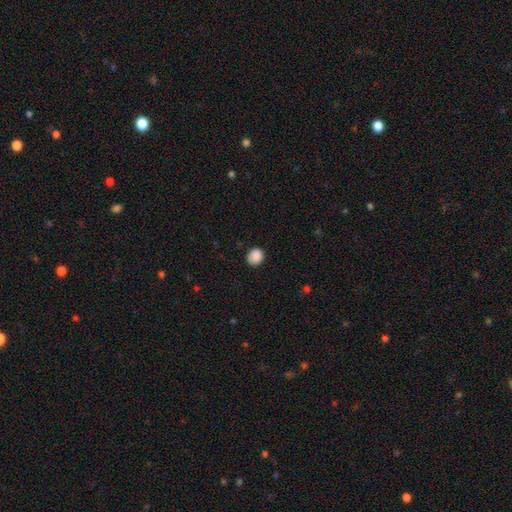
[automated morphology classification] Q: Smooth or featured?
A: smooth (88%); runner-up: star or artifact (9%)
Q: How rounded?
A: round (77%); runner-up: in between (22%)
Q: Merging?
A: none (83%); runner-up: minor disturbance (13%)